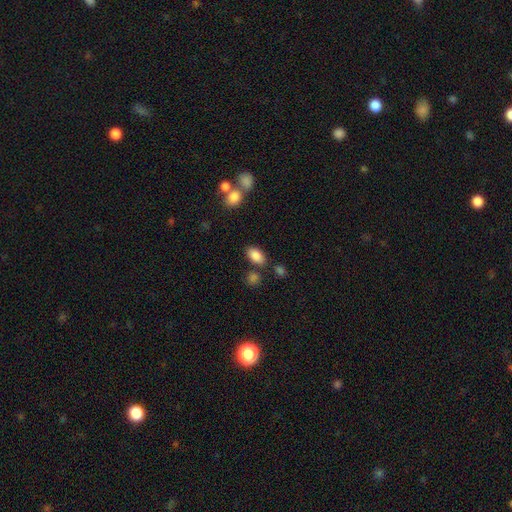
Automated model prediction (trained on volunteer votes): A smooth galaxy with no disk features (86%) that is in between round and cigar-shaped (91%). Merging: none (75%).